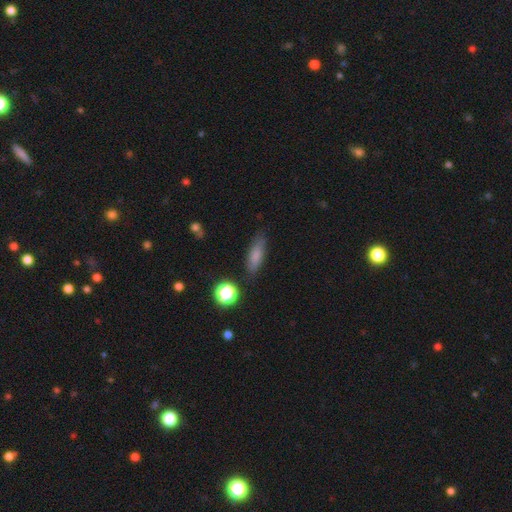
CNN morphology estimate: type=smooth (77%); roundness=in between (54%); merging=none (79%).